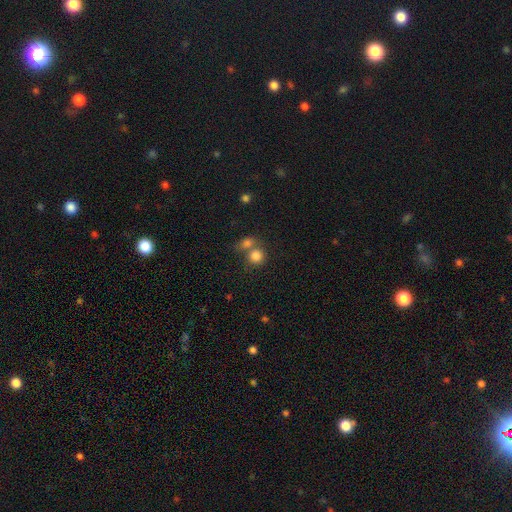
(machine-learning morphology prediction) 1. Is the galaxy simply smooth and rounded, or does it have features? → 82% smooth, 11% star or artifact, 7% featured or disk.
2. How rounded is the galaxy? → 85% round, 14% in between, 1% cigar-shaped.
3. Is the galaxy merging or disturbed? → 47% none, 41% merger, 8% minor disturbance, 4% major disturbance.